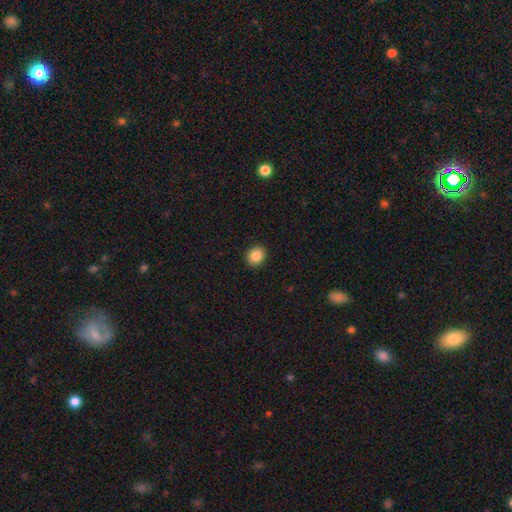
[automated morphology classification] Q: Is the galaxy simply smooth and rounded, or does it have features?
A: smooth — 86%.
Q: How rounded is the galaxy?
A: round — 72%.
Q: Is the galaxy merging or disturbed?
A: none — 92%.